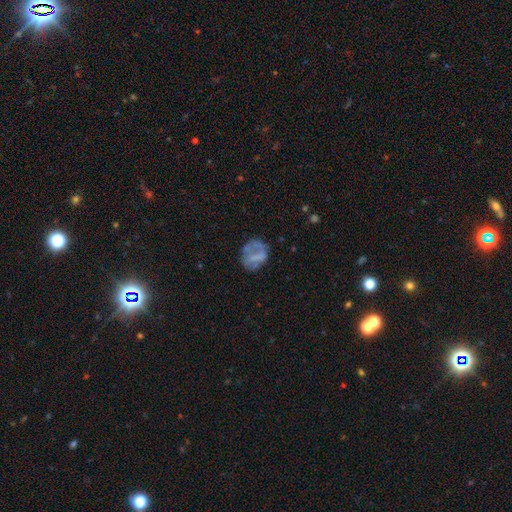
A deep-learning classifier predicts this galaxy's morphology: A smooth galaxy with no disk features (48%). Merging: none (51%).